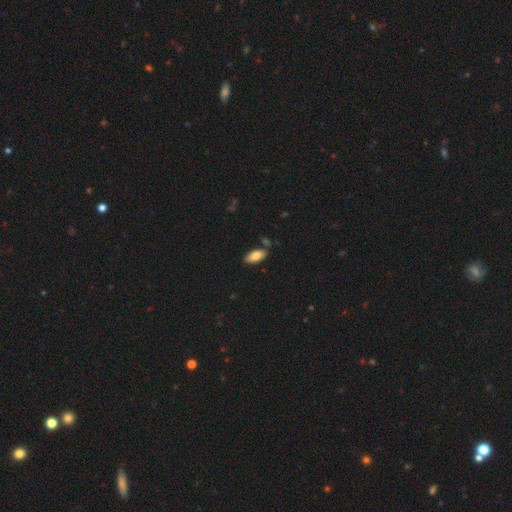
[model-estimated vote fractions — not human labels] Smooth or featured? Predicted: smooth (p=0.83). How rounded? Predicted: in between (p=0.91). Merging? Predicted: none (p=0.82).